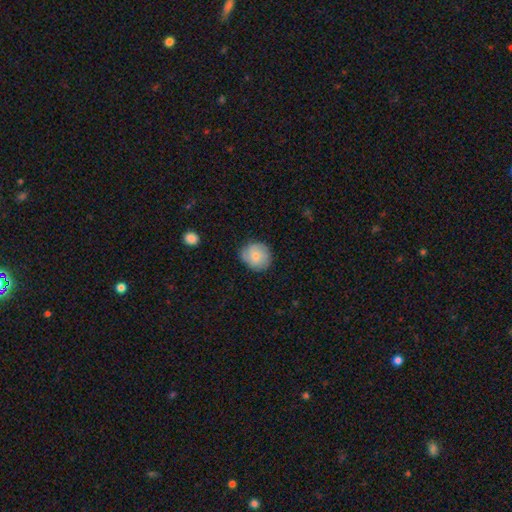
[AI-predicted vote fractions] The model was most divided on "smooth or featured": smooth: 70%, featured or disk: 22%, star or artifact: 7%. More confident: how rounded — round (86%); merging — none (77%).